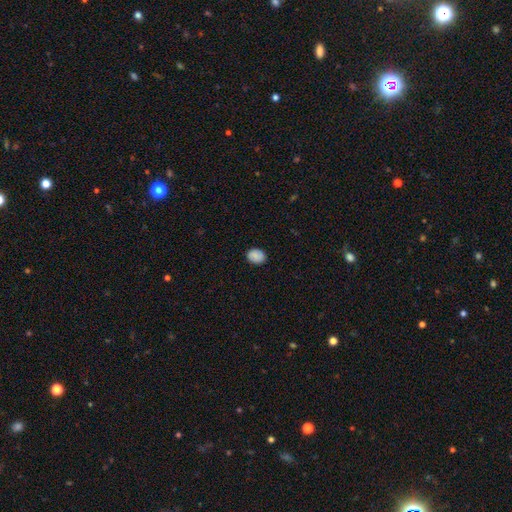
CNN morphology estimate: Smooth or featured?
  - smooth: 87% *
  - star or artifact: 8%
  - featured or disk: 5%
How rounded?
  - in between: 57% *
  - round: 42%
  - cigar-shaped: 1%
Merging?
  - none: 86% *
  - minor disturbance: 11%
  - major disturbance: 2%
  - merger: 1%